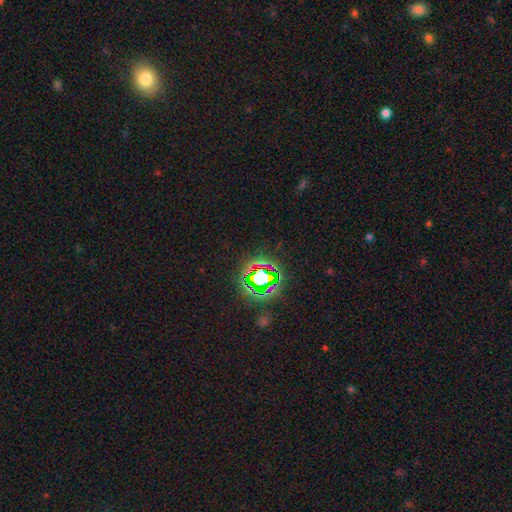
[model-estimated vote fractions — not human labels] Overall: star or artifact (81%).